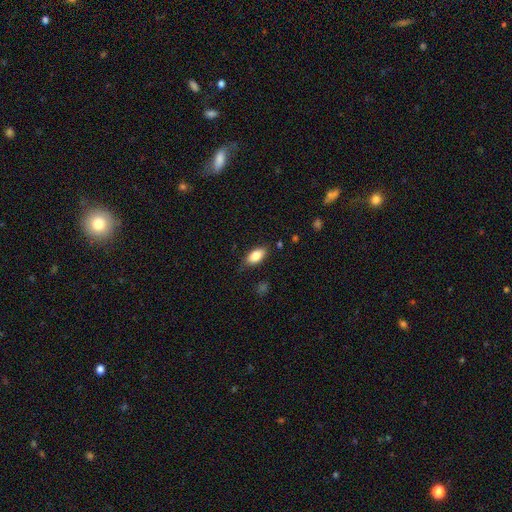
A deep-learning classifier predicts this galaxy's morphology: smooth_or_featured: smooth (p=0.83) [alt: featured or disk p=0.10]
how_rounded: in between (p=0.90) [alt: cigar-shaped p=0.06]
merging: none (p=0.80) [alt: minor disturbance p=0.15]